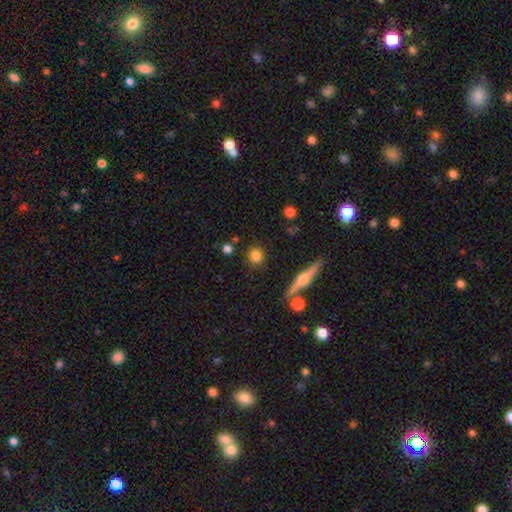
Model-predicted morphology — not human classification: Overall: smooth (80%). How rounded: round (81%). Merging: none (85%).